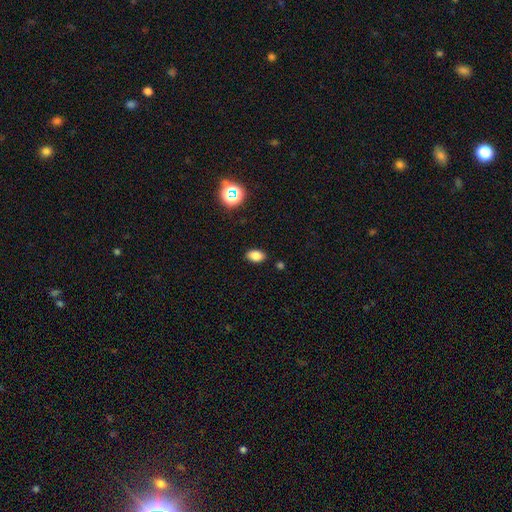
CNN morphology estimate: A smooth galaxy with no disk features (83%) that is in between round and cigar-shaped (88%).

Vote fractions:
- Smooth or featured? smooth: 83% / star or artifact: 12% / featured or disk: 5%
- How rounded? in between: 88% / round: 10% / cigar-shaped: 2%
- Merging? none: 87% / minor disturbance: 9% / major disturbance: 2% / merger: 2%